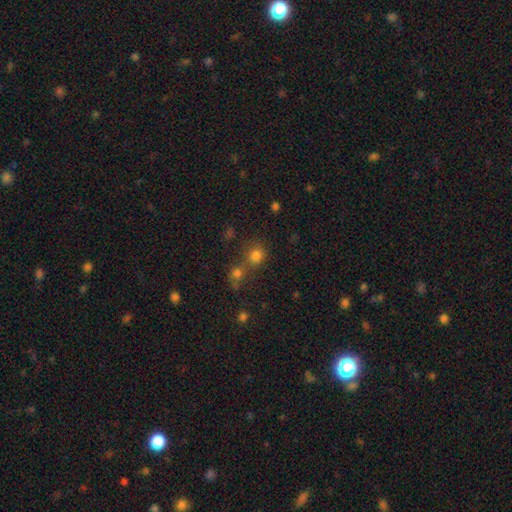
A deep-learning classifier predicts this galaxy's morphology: The model was most divided on "merging": none: 47%, merger: 41%, minor disturbance: 7%, major disturbance: 4%. More confident: how rounded — round (83%); smooth or featured — smooth (76%).